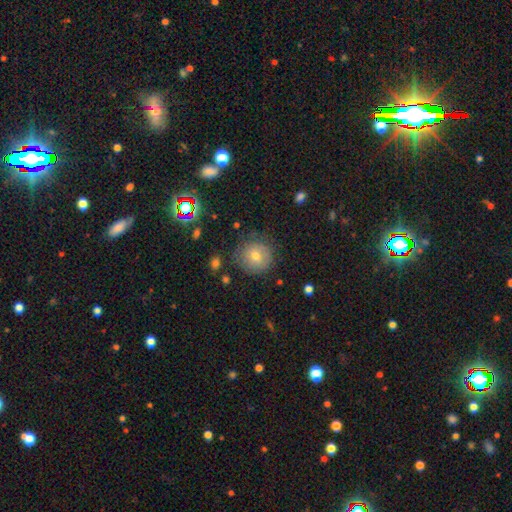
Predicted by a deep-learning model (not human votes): Overall: smooth (68%). How rounded: round (91%). Merging: none (76%).